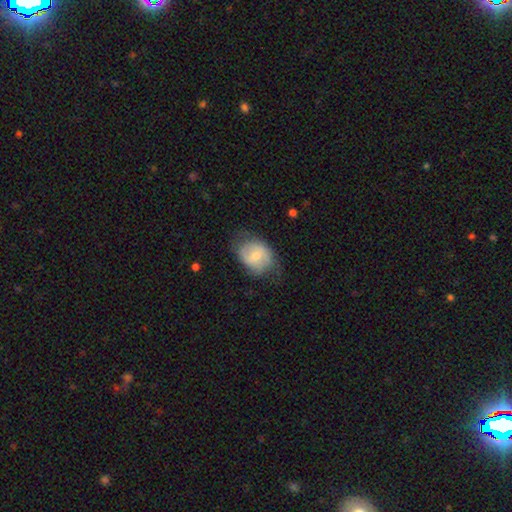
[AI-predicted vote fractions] A smooth galaxy with no disk features (55%) that is in between round and cigar-shaped (59%).

Vote fractions:
- Smooth or featured? smooth: 55% / featured or disk: 38% / star or artifact: 7%
- How rounded? in between: 59% / round: 40% / cigar-shaped: 1%
- Merging? none: 54% / minor disturbance: 30% / major disturbance: 14% / merger: 1%